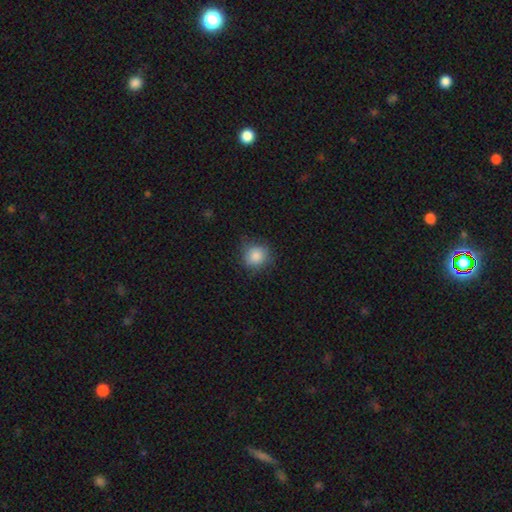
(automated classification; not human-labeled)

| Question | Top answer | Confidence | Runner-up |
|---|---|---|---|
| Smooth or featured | smooth | 85% | star or artifact (9%) |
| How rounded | round | 85% | in between (14%) |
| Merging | none | 74% | minor disturbance (20%) |